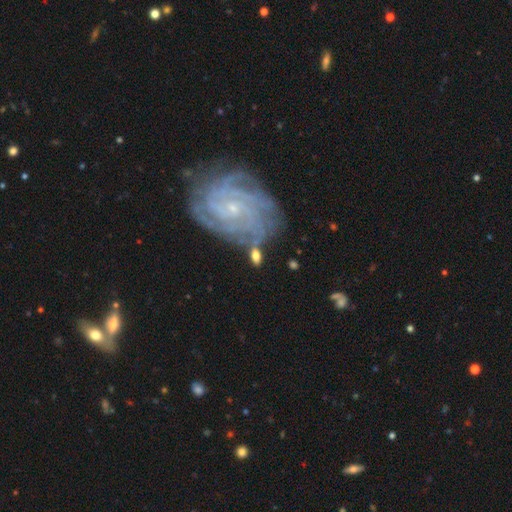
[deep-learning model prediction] Smooth or featured? Predicted: featured or disk (p=0.47). Merging? Predicted: none (p=0.61).